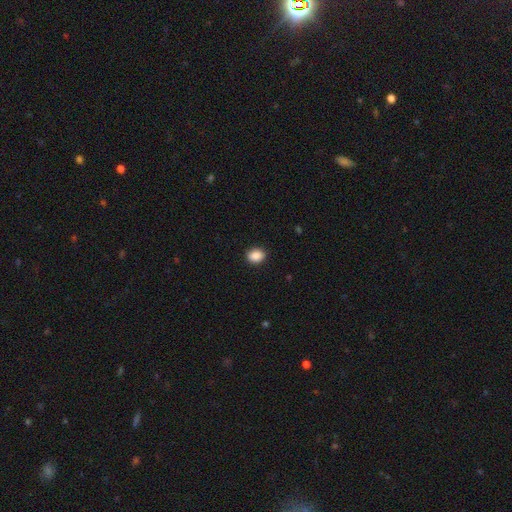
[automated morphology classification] The model was most divided on "how rounded": in between: 56%, round: 43%, cigar-shaped: 1%. More confident: merging — none (89%); smooth or featured — smooth (89%).